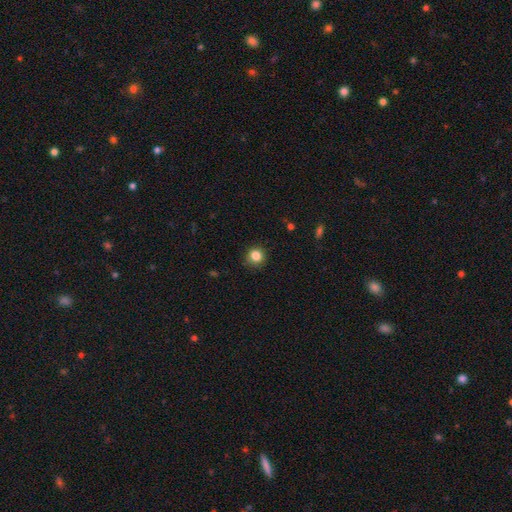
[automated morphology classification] This appears to be a smooth galaxy with no disk features (84%) that is round (93%). Merging: none (89%).